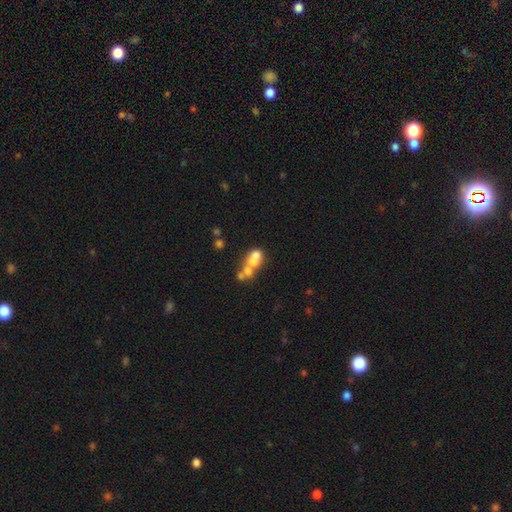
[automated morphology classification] Smooth or featured?
  - smooth: 51% *
  - featured or disk: 34%
  - star or artifact: 15%
How rounded?
  - round: 54% *
  - in between: 43%
  - cigar-shaped: 4%
Merging?
  - merger: 60% *
  - none: 25%
  - minor disturbance: 8%
  - major disturbance: 7%